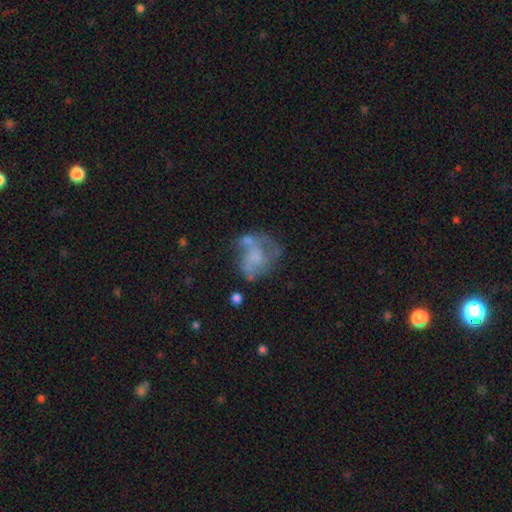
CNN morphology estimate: This is possibly a featured or disk galaxy (57%). It is clearly not viewed edge-on (98%). Bar: likely no (80%). Spiral arm pattern: possibly no (55%). Central bulge: possibly none (52%). Merging: marginally none (33%).